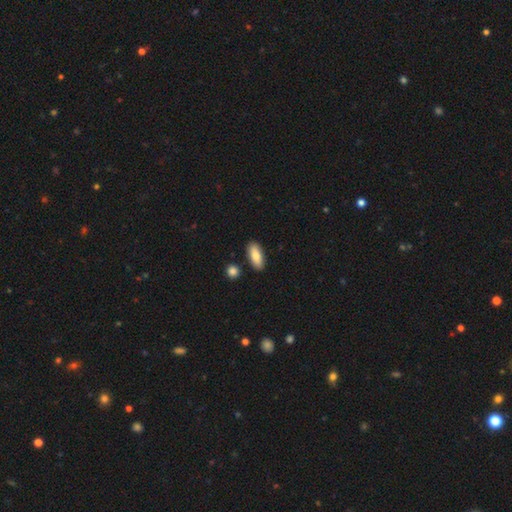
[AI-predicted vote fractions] Smooth or featured? smooth (81%)
How rounded? in between (82%)
Merging? none (86%)